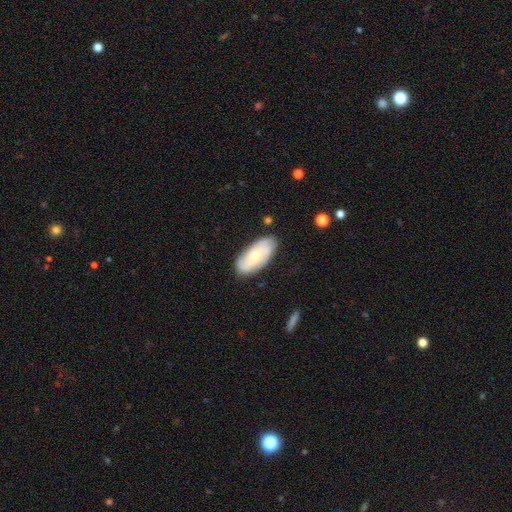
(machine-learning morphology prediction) Smooth or featured: smooth — 50% (featured or disk — 44%)
Merging: none — 81% (minor disturbance — 14%)